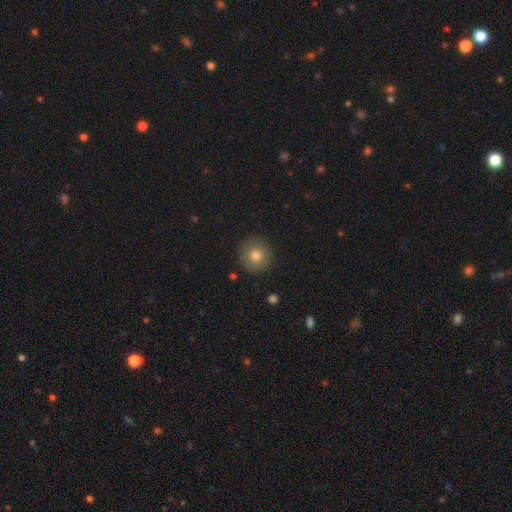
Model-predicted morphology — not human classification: smooth_or_featured: smooth (p=0.77) [alt: featured or disk p=0.14]
how_rounded: round (p=0.95) [alt: in between p=0.04]
merging: none (p=0.89) [alt: minor disturbance p=0.08]